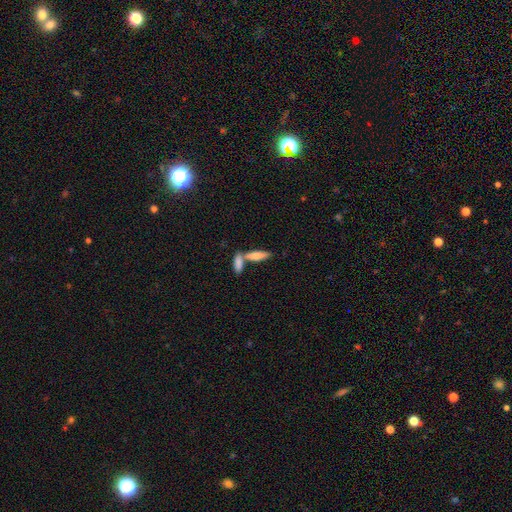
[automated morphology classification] smooth_or_featured: smooth (p=0.72) [alt: featured or disk p=0.21]
how_rounded: cigar-shaped (p=0.57) [alt: in between p=0.40]
merging: none (p=0.45) [alt: merger p=0.44]